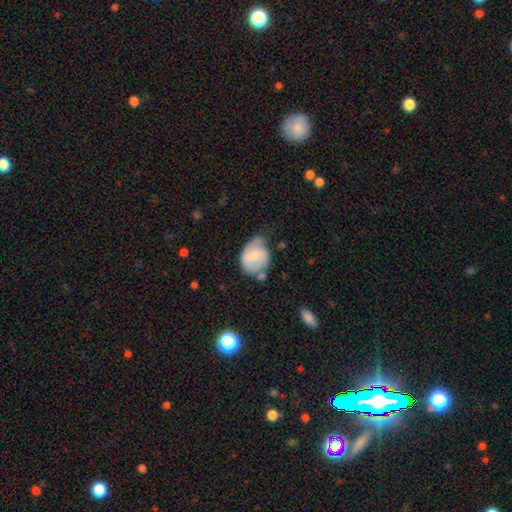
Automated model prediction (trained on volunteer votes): Overall: smooth (61%; featured or disk 32%). How rounded: in between (54%; round 45%). Merging: minor disturbance (39%; none 32%).